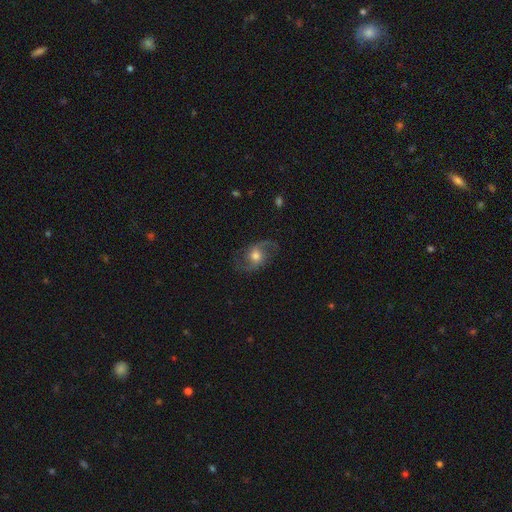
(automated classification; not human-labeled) smooth-or-featured: featured or disk: 77% | smooth: 16% | star or artifact: 7%
  disk-edge-on: no: 97% | yes: 3%
    bar: no: 61% | weak: 31% | strong: 8%
    has-spiral-arms: yes: 92% | no: 8%
      spiral-winding: loose: 54% | medium: 38% | tight: 8%
      spiral-arm-count: 2: 92% | can't tell: 3% | 1: 2% | 3: 1% | 4: 1% | more than 4: 1%
    bulge-size: moderate: 65% | large: 18% | small: 13% | dominant: 2% | none: 2%
  merging: none: 76% | minor disturbance: 15% | major disturbance: 8% | merger: 1%